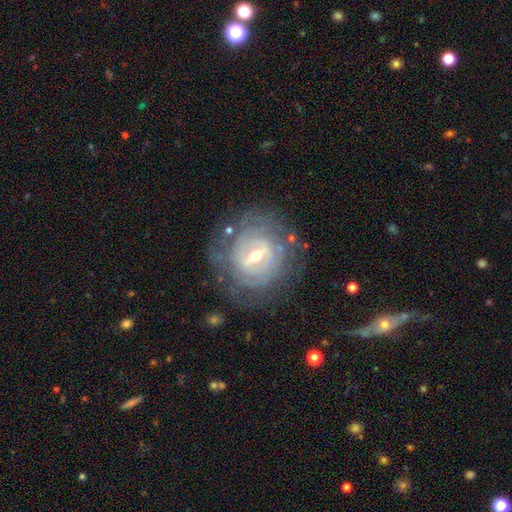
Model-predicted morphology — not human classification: featured or disk 86%, smooth 8%, star or artifact 5%. Down the decision tree: edge-on disk — no (96%); bar — weak (49%); spiral arms — yes (89%); spiral arm count — can't tell (48%); spiral winding — tight (78%); bulge size — moderate (58%); merging — none (75%).